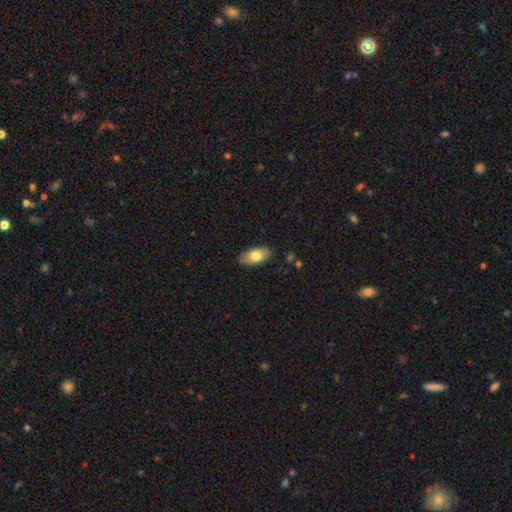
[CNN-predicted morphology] The model was most divided on "smooth or featured": smooth: 77%, featured or disk: 17%, star or artifact: 6%. More confident: how rounded — in between (92%); merging — none (86%).